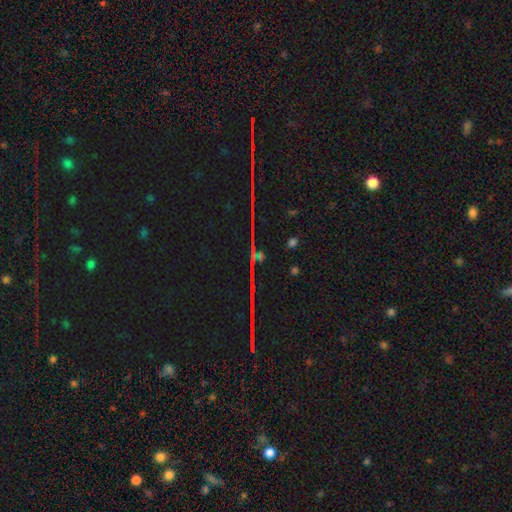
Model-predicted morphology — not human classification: Q: Smooth or featured?
A: star or artifact (79%); runner-up: featured or disk (12%)